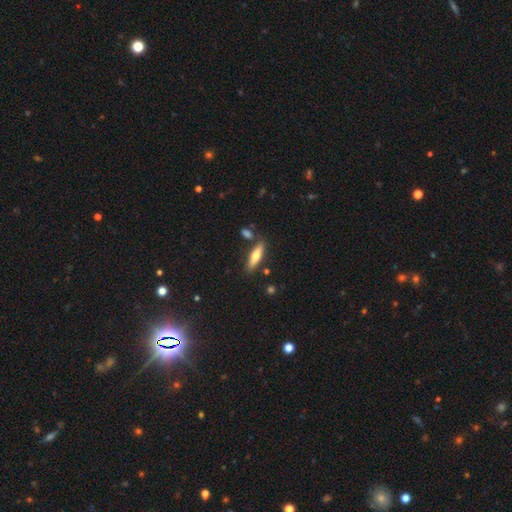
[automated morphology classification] This appears to be a smooth galaxy with no disk features (60%) that is cigar-shaped (66%). Merging: none (80%).